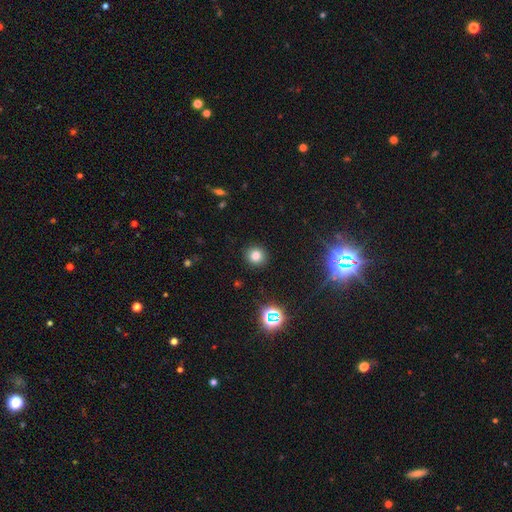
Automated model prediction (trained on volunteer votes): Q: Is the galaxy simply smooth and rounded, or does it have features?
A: smooth — 78%.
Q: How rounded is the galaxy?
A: round — 88%.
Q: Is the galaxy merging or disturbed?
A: none — 90%.